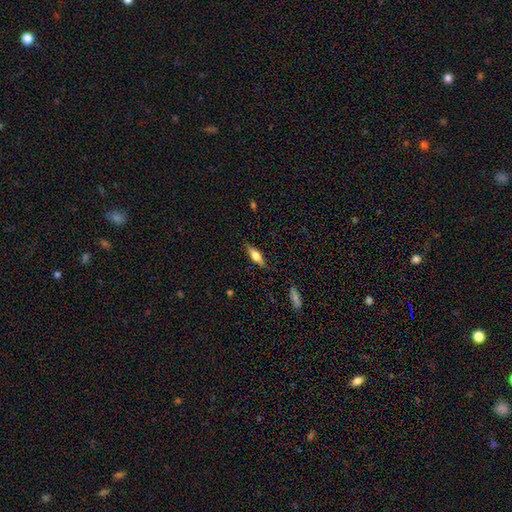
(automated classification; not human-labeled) Overall: smooth (49%; featured or disk 44%). Merging: none (85%).